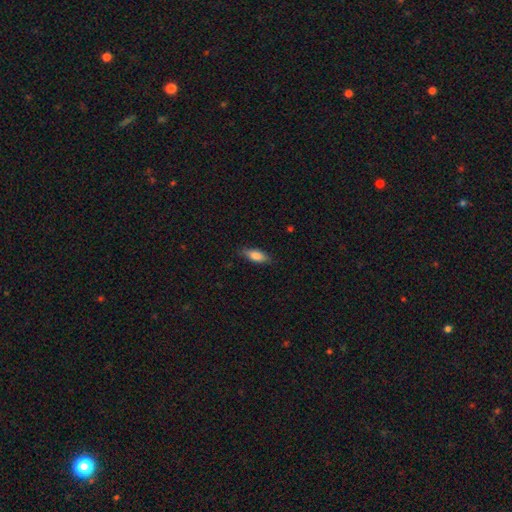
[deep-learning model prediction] A smooth galaxy with no disk features (83%) that is in between round and cigar-shaped (77%).

Vote fractions:
- Smooth or featured? smooth: 83% / featured or disk: 10% / star or artifact: 7%
- How rounded? in between: 77% / cigar-shaped: 20% / round: 2%
- Merging? none: 80% / minor disturbance: 16% / major disturbance: 3% / merger: 1%